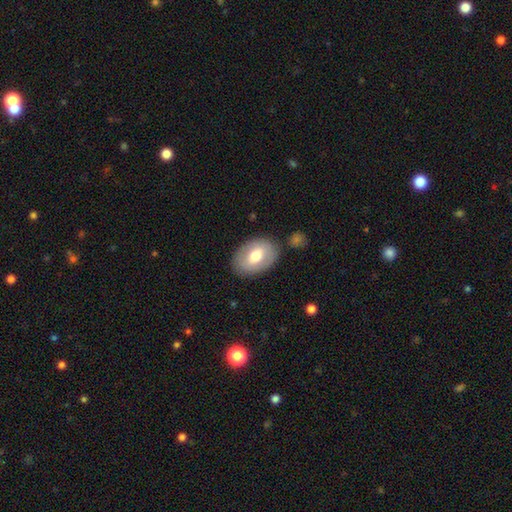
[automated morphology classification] Smooth or featured: smooth — 60% (featured or disk — 34%)
How rounded: in between — 82% (round — 17%)
Merging: none — 80% (minor disturbance — 12%)